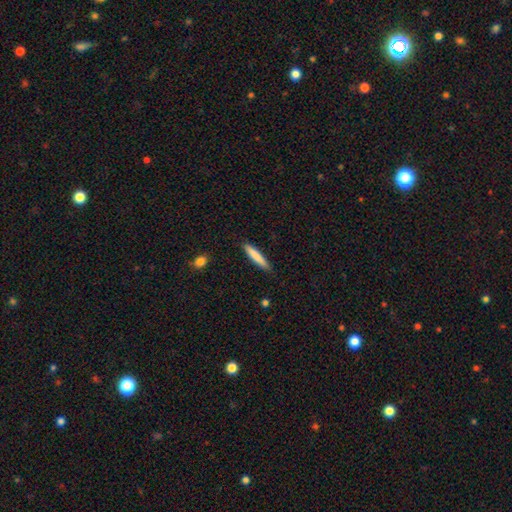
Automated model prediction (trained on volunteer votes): The model was most divided on "smooth or featured": smooth: 81%, featured or disk: 13%, star or artifact: 6%. More confident: how rounded — cigar-shaped (91%); merging — none (88%).